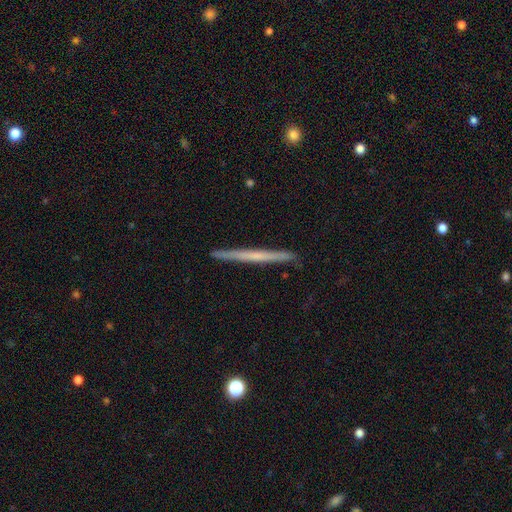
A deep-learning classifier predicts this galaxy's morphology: The model was most divided on "smooth or featured": featured or disk: 52%, smooth: 42%, star or artifact: 6%. More confident: edge-on disk — yes (98%); merging — none (91%); edge-on bulge — none (83%).